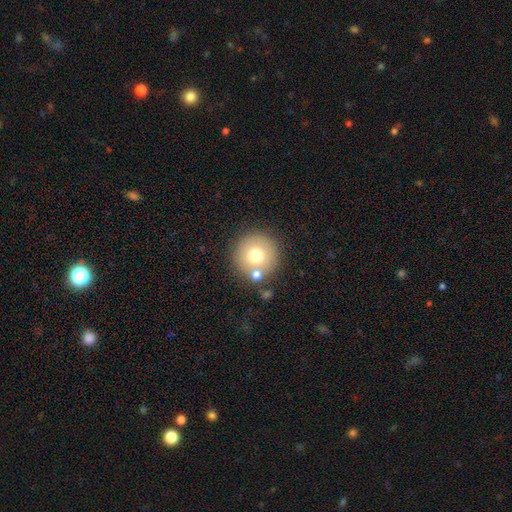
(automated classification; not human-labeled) Smooth or featured: smooth — 71% (featured or disk — 17%)
How rounded: round — 96% (in between — 3%)
Merging: none — 79% (merger — 10%)